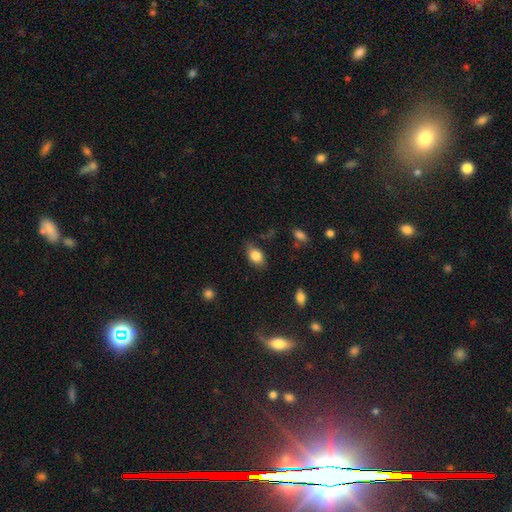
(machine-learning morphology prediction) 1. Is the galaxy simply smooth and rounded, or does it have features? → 83% smooth, 9% featured or disk, 8% star or artifact.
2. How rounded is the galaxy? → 81% in between, 17% round, 2% cigar-shaped.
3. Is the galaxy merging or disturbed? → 71% none, 22% minor disturbance, 5% major disturbance, 2% merger.